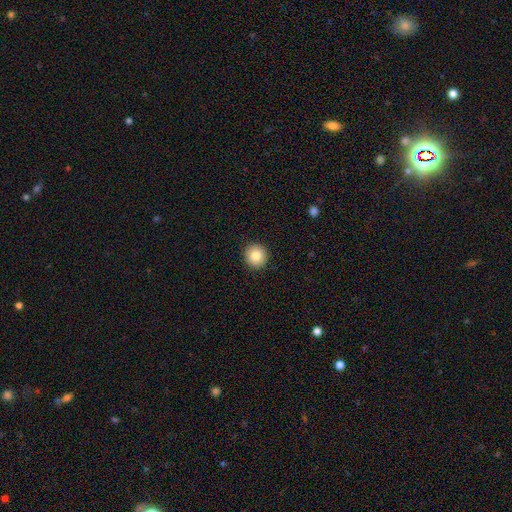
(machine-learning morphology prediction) This appears to be a smooth galaxy with no disk features (85%) that is round (94%). Merging: none (93%).